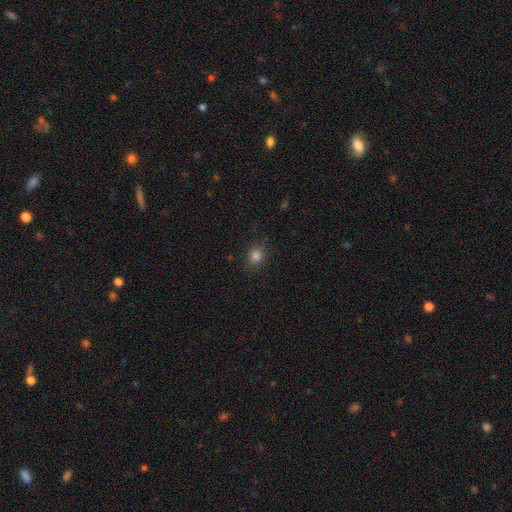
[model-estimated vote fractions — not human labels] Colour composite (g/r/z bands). It shows a smooth galaxy with no disk features (82%) that is round (67%). Merging: none (86%).